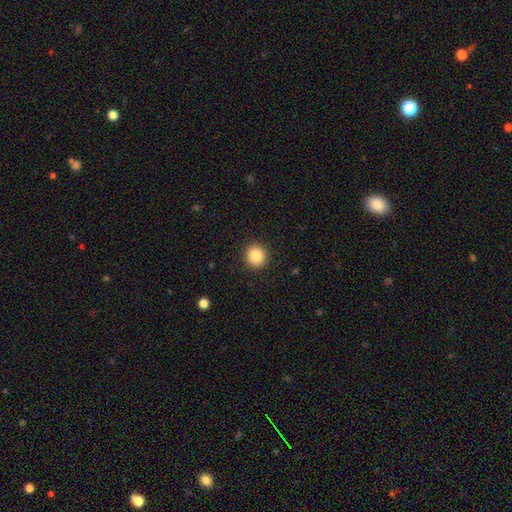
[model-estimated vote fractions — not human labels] A smooth galaxy with no disk features (87%) that is round (93%).

Vote fractions:
- Smooth or featured? smooth: 87% / star or artifact: 9% / featured or disk: 4%
- How rounded? round: 93% / in between: 6% / cigar-shaped: 1%
- Merging? none: 92% / minor disturbance: 5% / major disturbance: 2% / merger: 1%